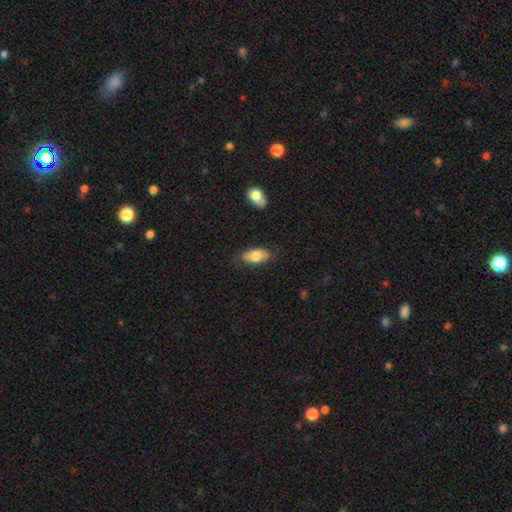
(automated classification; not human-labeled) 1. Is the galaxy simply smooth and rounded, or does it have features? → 75% smooth, 18% featured or disk, 6% star or artifact.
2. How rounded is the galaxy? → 90% in between, 6% cigar-shaped, 4% round.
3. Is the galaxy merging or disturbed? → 79% none, 16% minor disturbance, 4% major disturbance, 2% merger.